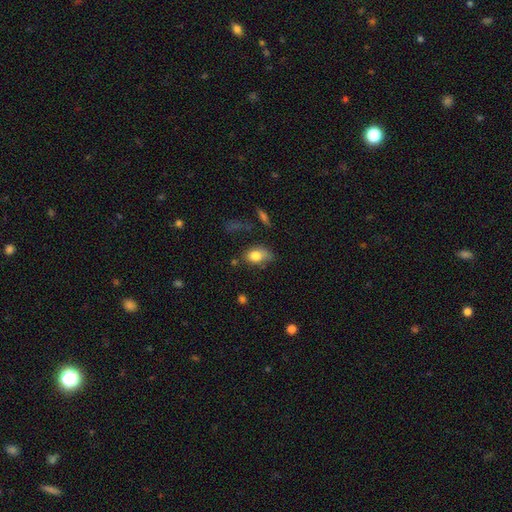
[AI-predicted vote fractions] Q: Smooth or featured?
A: smooth (79%); runner-up: featured or disk (12%)
Q: How rounded?
A: in between (80%); runner-up: round (18%)
Q: Merging?
A: none (50%); runner-up: minor disturbance (33%)